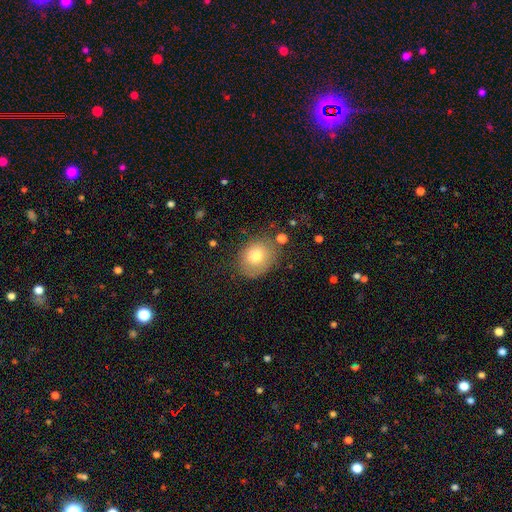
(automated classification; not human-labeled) Q: Smooth or featured?
A: smooth (76%); runner-up: featured or disk (14%)
Q: How rounded?
A: round (50%); runner-up: in between (49%)
Q: Merging?
A: none (68%); runner-up: minor disturbance (20%)